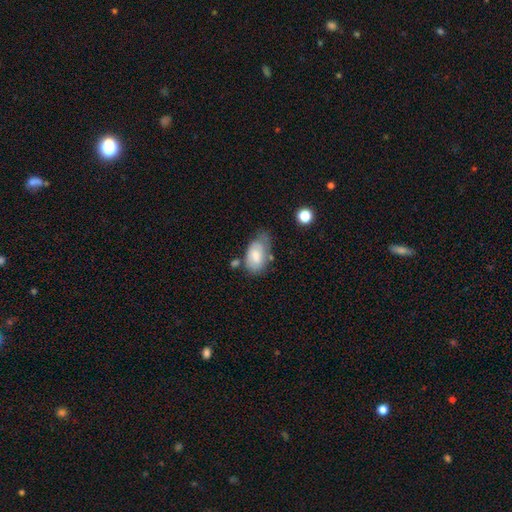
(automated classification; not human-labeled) Smooth or featured: smooth — 70% (featured or disk — 23%)
How rounded: in between — 93% (round — 5%)
Merging: minor disturbance — 38% (none — 37%)